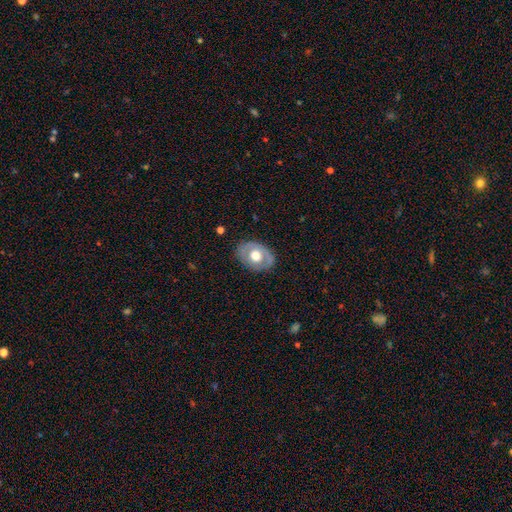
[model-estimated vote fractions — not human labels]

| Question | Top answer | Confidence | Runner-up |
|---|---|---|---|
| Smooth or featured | featured or disk | 50% | smooth (45%) |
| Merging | none | 78% | minor disturbance (16%) |